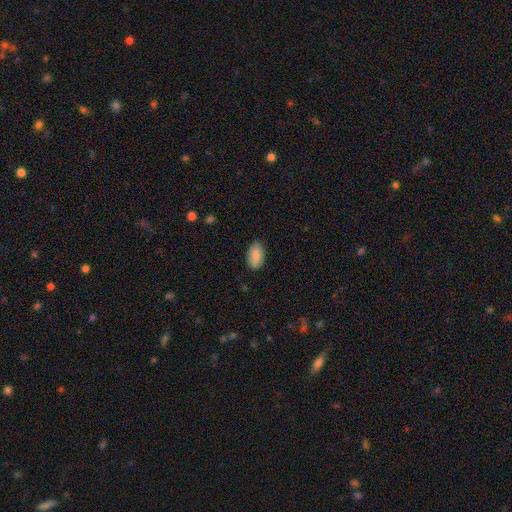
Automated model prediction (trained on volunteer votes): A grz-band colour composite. It shows a smooth galaxy with no disk features (89%) that is in between round and cigar-shaped (94%). Merging: none (84%).